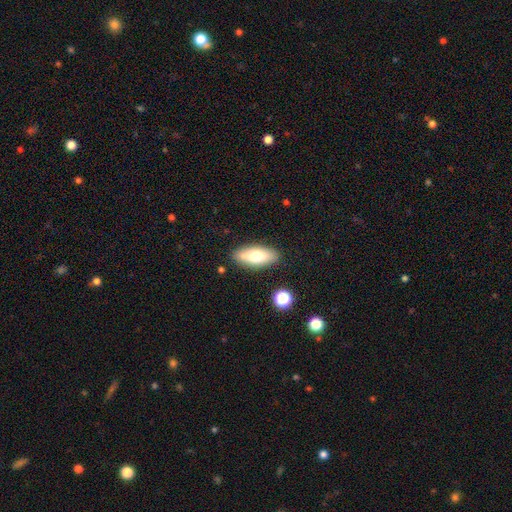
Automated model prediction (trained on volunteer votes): Smooth or featured? Predicted: smooth (p=0.70). How rounded? Predicted: in between (p=0.80). Merging? Predicted: none (p=0.83).